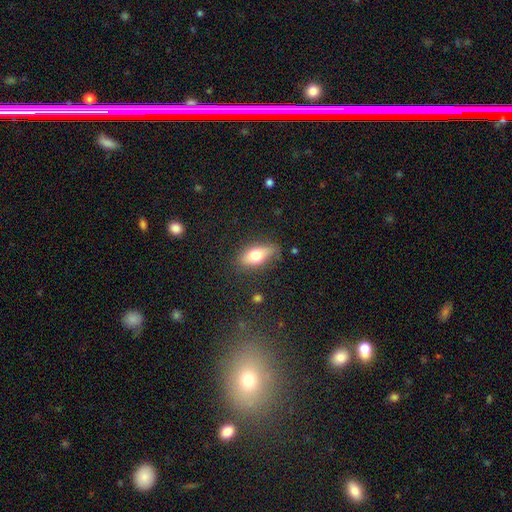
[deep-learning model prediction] smooth-or-featured: smooth: 71% | featured or disk: 21% | star or artifact: 7%
  how-rounded: in between: 83% | cigar-shaped: 12% | round: 6%
  merging: none: 69% | minor disturbance: 23% | major disturbance: 6% | merger: 2%